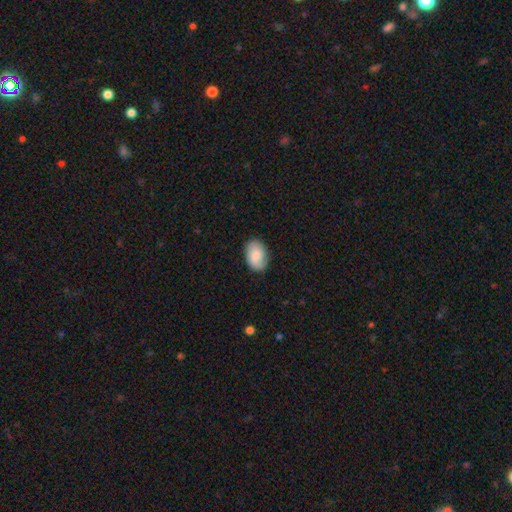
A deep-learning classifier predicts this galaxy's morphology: Smooth or featured? Predicted: smooth (p=0.79). How rounded? Predicted: in between (p=0.86). Merging? Predicted: none (p=0.81).